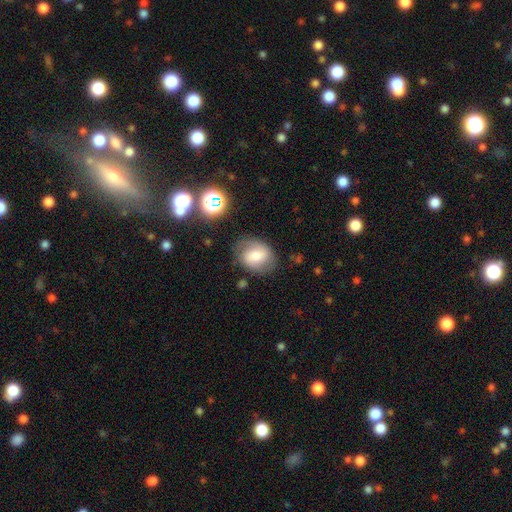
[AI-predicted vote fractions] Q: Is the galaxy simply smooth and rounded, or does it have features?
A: smooth — 55%.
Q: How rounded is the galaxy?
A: in between — 56%.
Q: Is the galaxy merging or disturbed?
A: none — 72%.